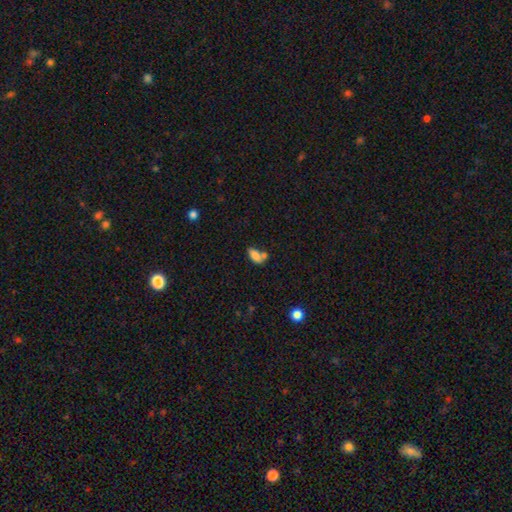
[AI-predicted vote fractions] Smooth or featured?
  - smooth: 79% *
  - featured or disk: 11%
  - star or artifact: 10%
How rounded?
  - in between: 89% *
  - cigar-shaped: 6%
  - round: 5%
Merging?
  - merger: 43% *
  - none: 34%
  - minor disturbance: 15%
  - major disturbance: 7%